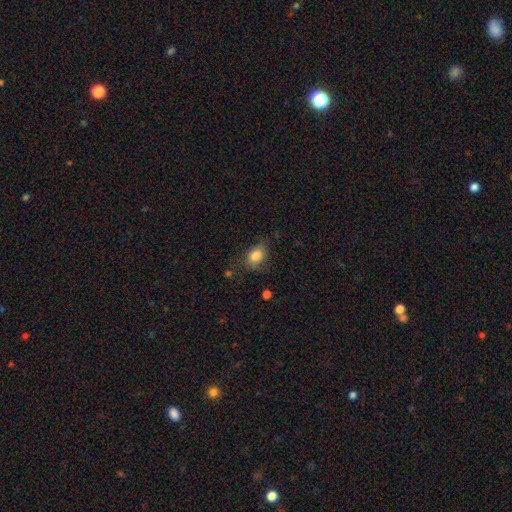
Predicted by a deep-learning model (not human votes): This is clearly a smooth galaxy (82%). How rounded: likely in between (77%). Merging: likely none (64%).